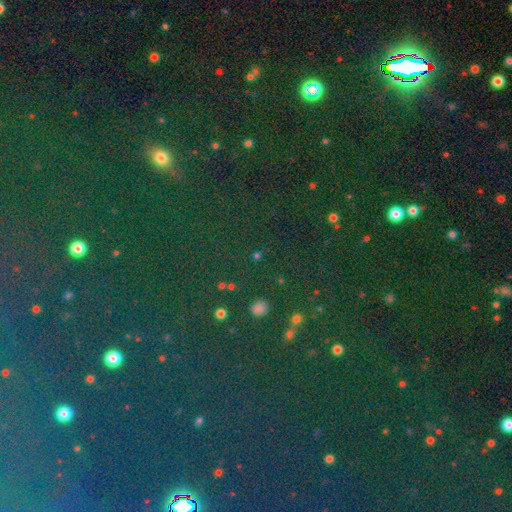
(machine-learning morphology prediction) Smooth or featured: star or artifact — 64% (smooth — 28%)